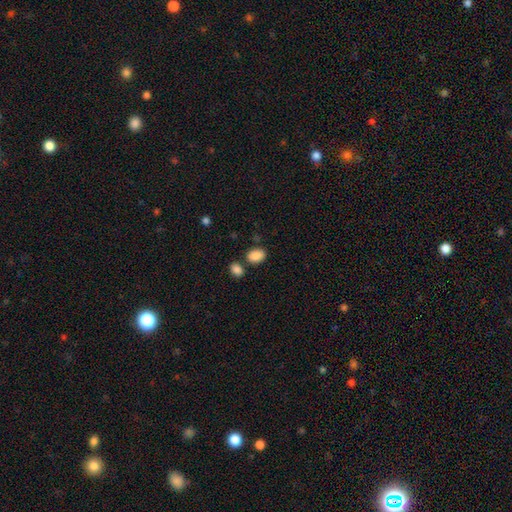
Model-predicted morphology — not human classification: This appears to be a smooth galaxy with no disk features (88%) that is in between round and cigar-shaped (76%). Merging: none (70%).